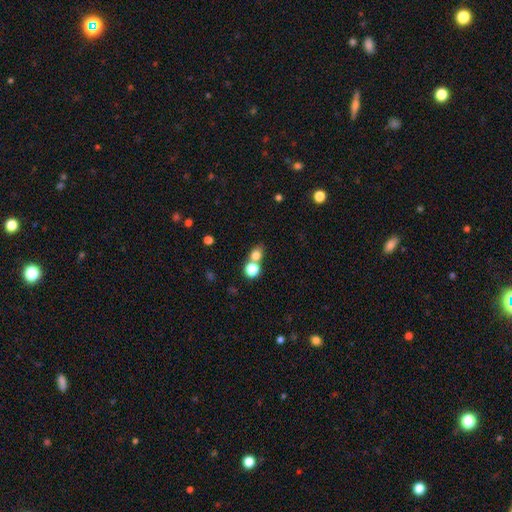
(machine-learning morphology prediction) A smooth galaxy with no disk features (75%) that is round (63%).

Vote fractions:
- Smooth or featured? smooth: 75% / star or artifact: 15% / featured or disk: 10%
- How rounded? round: 63% / in between: 35% / cigar-shaped: 2%
- Merging? none: 49% / merger: 39% / minor disturbance: 8% / major disturbance: 4%